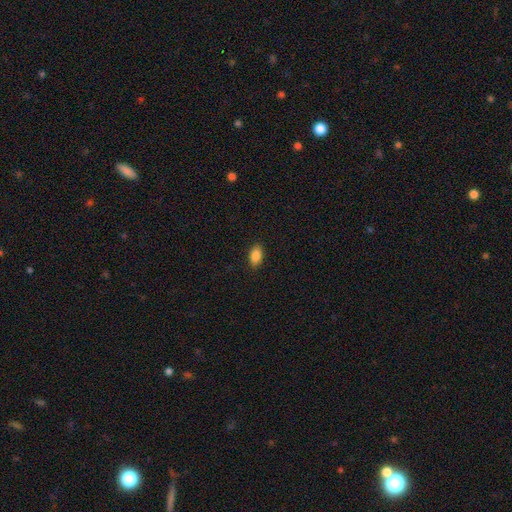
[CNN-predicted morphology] A smooth galaxy with no disk features (87%) that is in between round and cigar-shaped (91%). Merging: none (89%).